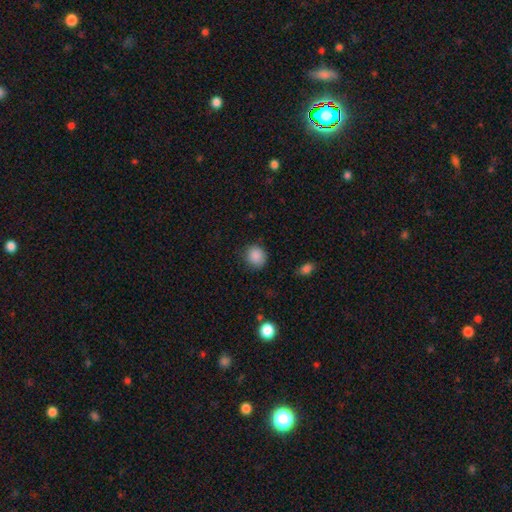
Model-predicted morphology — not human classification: Smooth or featured? smooth (88%)
How rounded? round (84%)
Merging? none (85%)